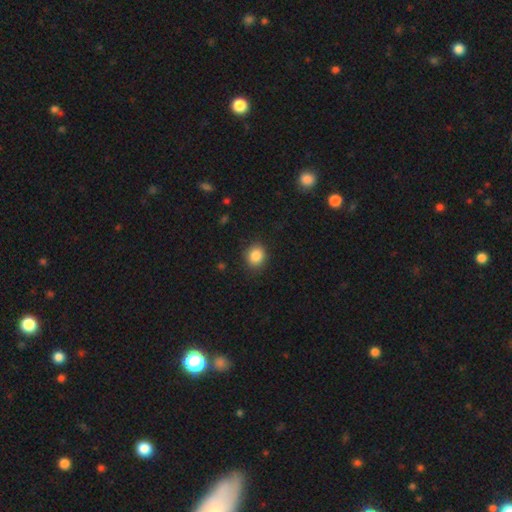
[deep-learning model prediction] smooth-or-featured: smooth: 86% | star or artifact: 10% | featured or disk: 4%
  how-rounded: round: 75% | in between: 24% | cigar-shaped: 1%
  merging: none: 87% | minor disturbance: 10% | major disturbance: 3% | merger: 1%